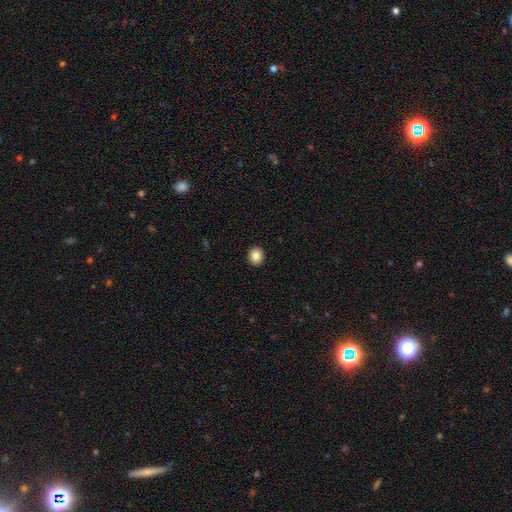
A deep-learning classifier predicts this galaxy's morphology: Smooth or featured?
  - smooth: 86% *
  - star or artifact: 9%
  - featured or disk: 5%
How rounded?
  - round: 75% *
  - in between: 24%
  - cigar-shaped: 1%
Merging?
  - none: 93% *
  - minor disturbance: 5%
  - major disturbance: 2%
  - merger: 1%